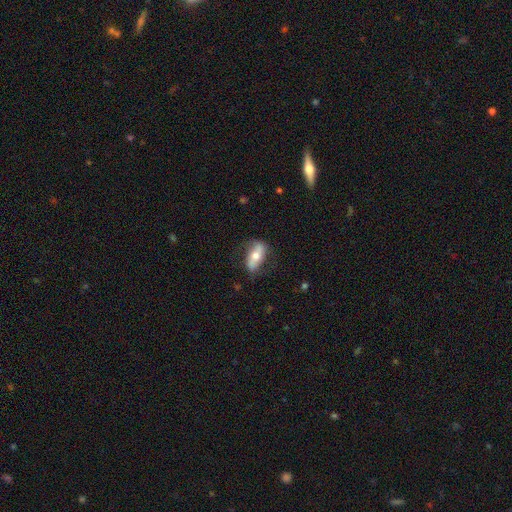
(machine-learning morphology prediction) This is possibly a featured or disk galaxy (48%). Merging: likely none (71%).